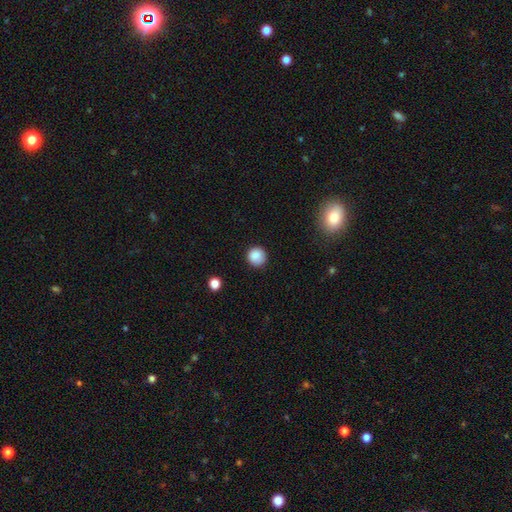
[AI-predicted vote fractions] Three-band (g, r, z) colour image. It shows a smooth galaxy with no disk features (87%) that is round (94%). Merging: none (87%).